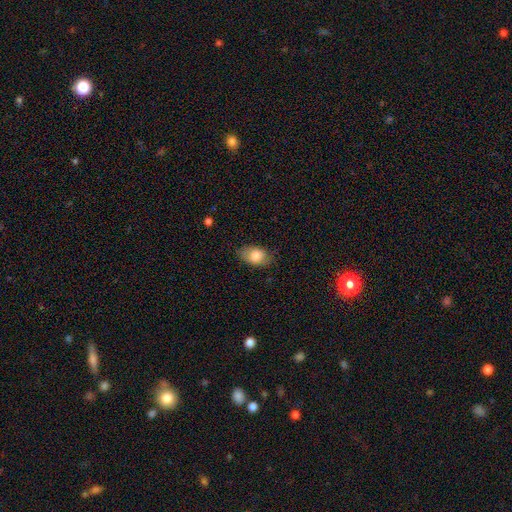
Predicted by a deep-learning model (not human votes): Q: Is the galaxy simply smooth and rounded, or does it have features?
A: smooth — 81%.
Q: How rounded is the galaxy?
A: in between — 85%.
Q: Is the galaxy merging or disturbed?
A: none — 72%.